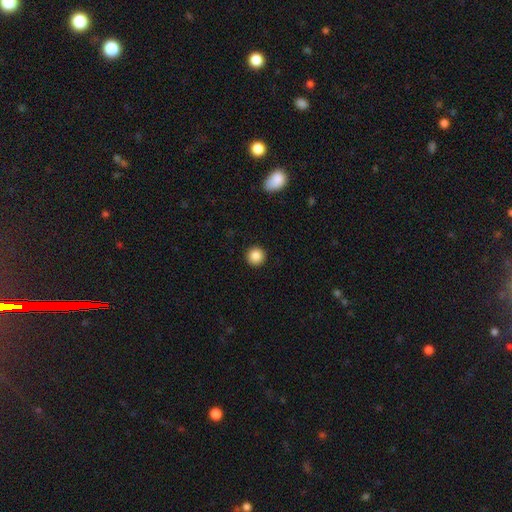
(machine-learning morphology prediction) Overall: smooth (87%). How rounded: round (96%). Merging: none (93%).